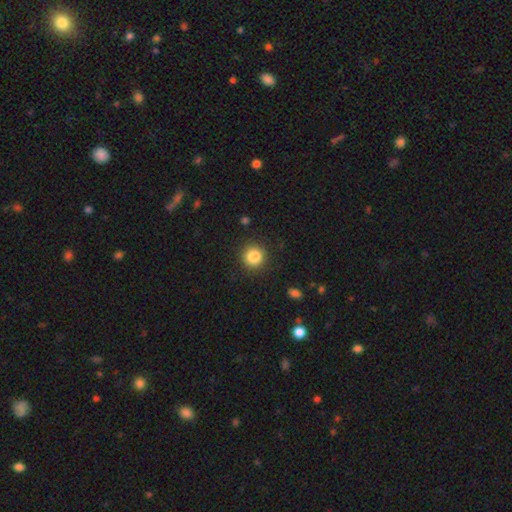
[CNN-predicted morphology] Q: Smooth or featured?
A: smooth (85%); runner-up: star or artifact (11%)
Q: How rounded?
A: round (92%); runner-up: in between (7%)
Q: Merging?
A: none (90%); runner-up: minor disturbance (7%)